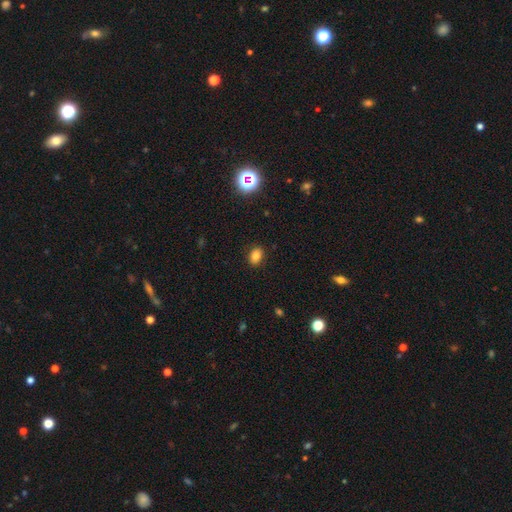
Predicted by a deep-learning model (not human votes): Q: Smooth or featured?
A: smooth (81%); runner-up: star or artifact (13%)
Q: How rounded?
A: in between (74%); runner-up: round (25%)
Q: Merging?
A: none (88%); runner-up: minor disturbance (8%)